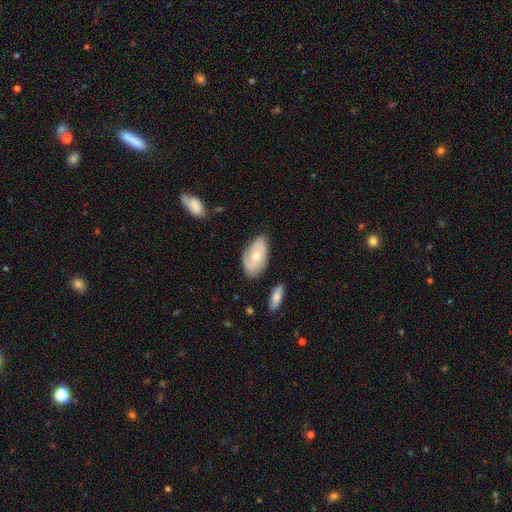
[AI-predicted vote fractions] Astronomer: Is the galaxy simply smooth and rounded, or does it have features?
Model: smooth — 49% (runner-up: featured or disk, 45%).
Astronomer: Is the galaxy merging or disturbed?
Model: none — 68%.